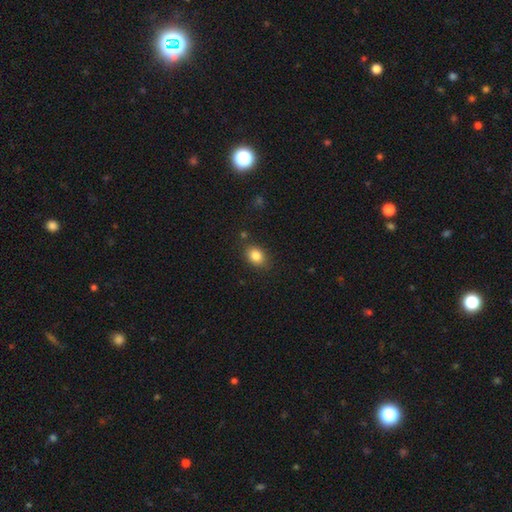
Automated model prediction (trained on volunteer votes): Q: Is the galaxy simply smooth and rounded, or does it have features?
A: smooth — 85%.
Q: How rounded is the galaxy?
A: in between — 67%.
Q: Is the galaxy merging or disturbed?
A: none — 80%.